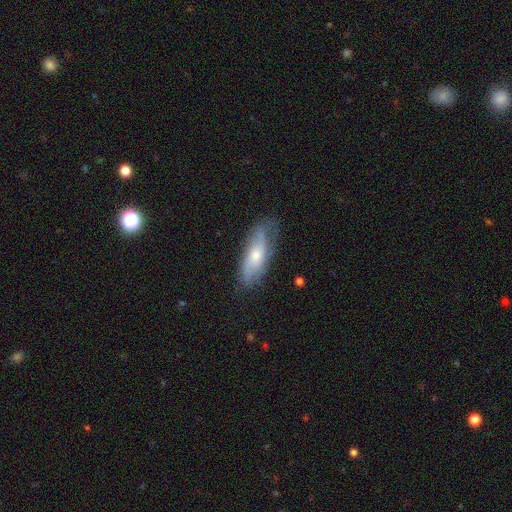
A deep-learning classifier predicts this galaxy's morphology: This is possibly a featured or disk galaxy (49%). Merging: likely none (66%).